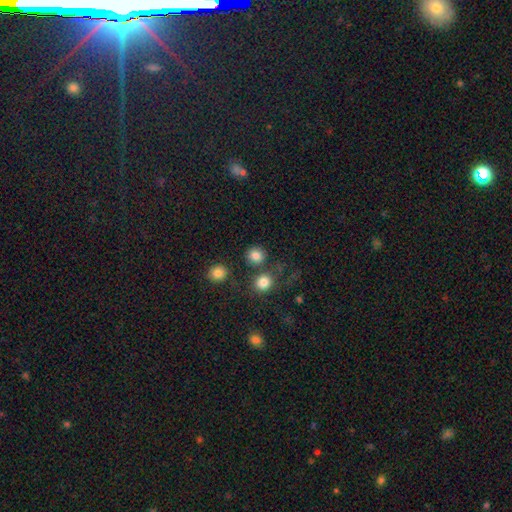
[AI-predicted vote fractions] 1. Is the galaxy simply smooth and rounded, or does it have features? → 82% smooth, 12% star or artifact, 6% featured or disk.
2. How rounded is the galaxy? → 91% round, 8% in between, 1% cigar-shaped.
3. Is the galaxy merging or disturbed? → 78% none, 11% merger, 7% minor disturbance, 4% major disturbance.